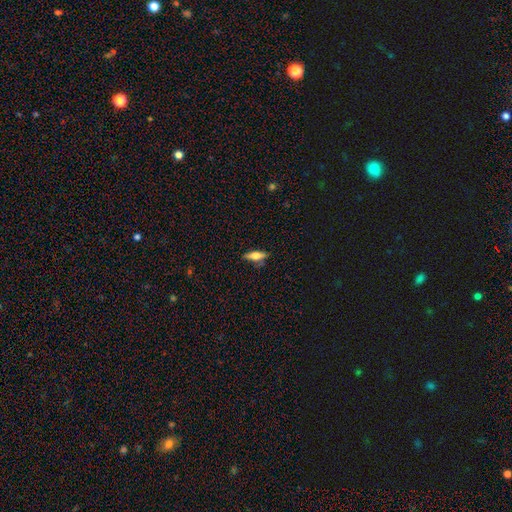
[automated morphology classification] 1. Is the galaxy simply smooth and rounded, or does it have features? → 60% smooth, 32% featured or disk, 8% star or artifact.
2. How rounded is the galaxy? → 57% in between, 39% cigar-shaped, 3% round.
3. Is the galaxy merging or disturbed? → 77% none, 16% minor disturbance, 4% major disturbance, 3% merger.